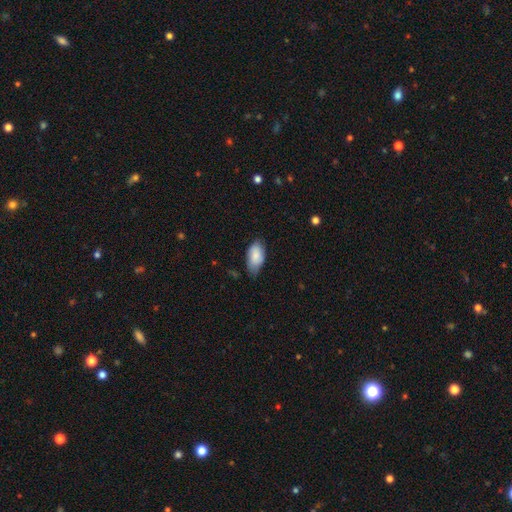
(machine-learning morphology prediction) Q: Smooth or featured?
A: smooth (85%); runner-up: featured or disk (9%)
Q: How rounded?
A: in between (94%); runner-up: round (3%)
Q: Merging?
A: none (62%); runner-up: minor disturbance (32%)